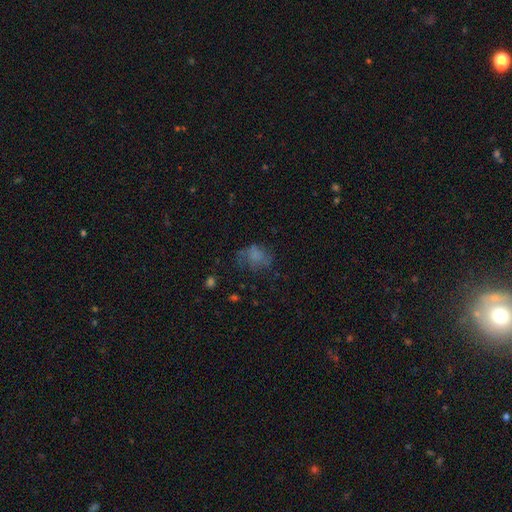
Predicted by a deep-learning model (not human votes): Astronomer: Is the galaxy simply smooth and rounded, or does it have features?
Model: smooth — 60%.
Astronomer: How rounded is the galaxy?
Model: in between — 51% (runner-up: round, 47%).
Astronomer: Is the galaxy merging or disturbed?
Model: none — 44% (runner-up: major disturbance, 28%).